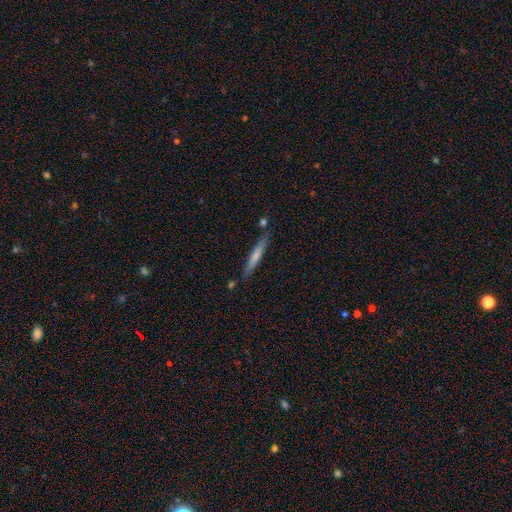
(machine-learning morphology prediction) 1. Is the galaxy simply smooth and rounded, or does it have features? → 62% smooth, 32% featured or disk, 6% star or artifact.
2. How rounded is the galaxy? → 94% cigar-shaped, 5% in between, 1% round.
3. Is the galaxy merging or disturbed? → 78% none, 14% minor disturbance, 6% merger, 3% major disturbance.